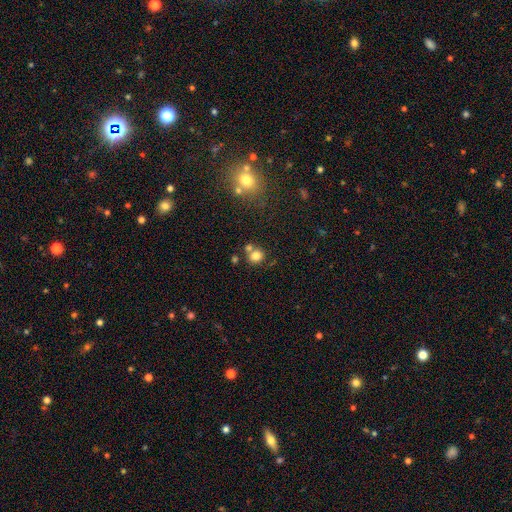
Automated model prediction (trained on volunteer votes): smooth-or-featured: smooth: 78% | star or artifact: 13% | featured or disk: 9%
  how-rounded: round: 80% | in between: 19% | cigar-shaped: 1%
  merging: none: 58% | merger: 27% | minor disturbance: 11% | major disturbance: 4%